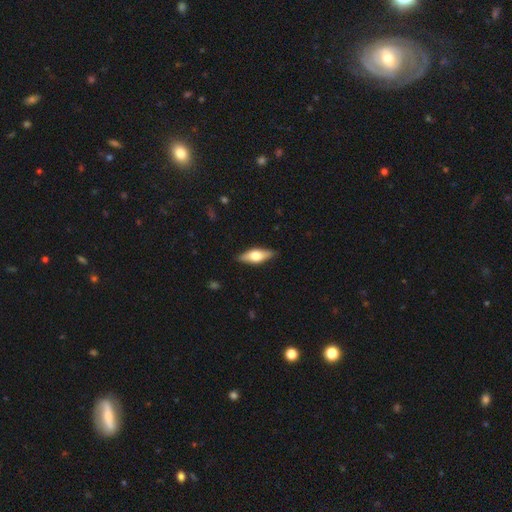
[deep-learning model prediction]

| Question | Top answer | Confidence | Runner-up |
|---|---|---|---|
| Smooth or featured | smooth | 50% | featured or disk (44%) |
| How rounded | in between | 64% | cigar-shaped (33%) |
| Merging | none | 87% | minor disturbance (10%) |